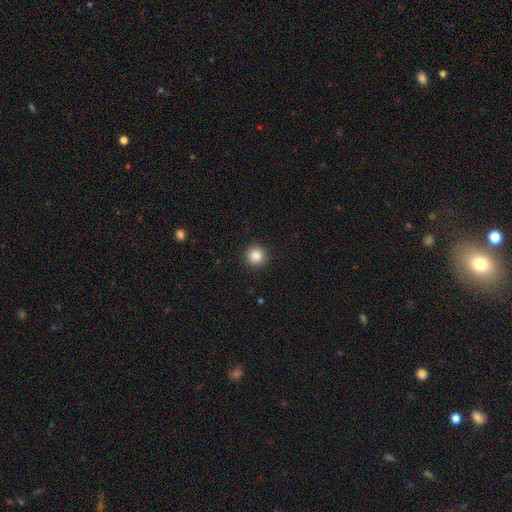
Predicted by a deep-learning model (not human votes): Smooth or featured? smooth (86%)
How rounded? round (95%)
Merging? none (93%)